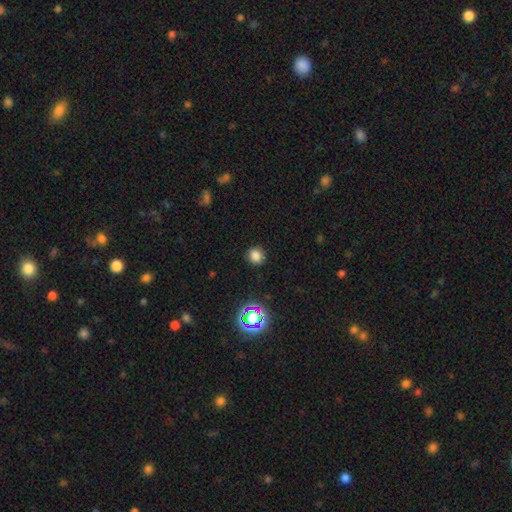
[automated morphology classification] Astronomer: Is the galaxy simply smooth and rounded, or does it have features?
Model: smooth — 79%.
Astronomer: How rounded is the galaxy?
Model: round — 88%.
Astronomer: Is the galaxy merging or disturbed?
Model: none — 89%.